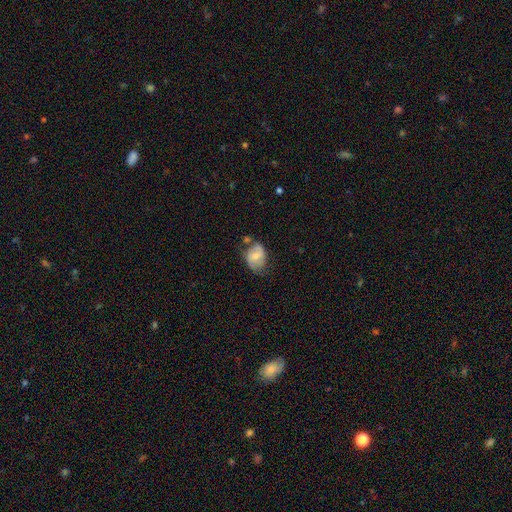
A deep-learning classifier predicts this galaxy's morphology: The model was most divided on "smooth or featured": smooth: 51%, featured or disk: 41%, star or artifact: 8%. More confident: how rounded — in between (60%); merging — none (50%).